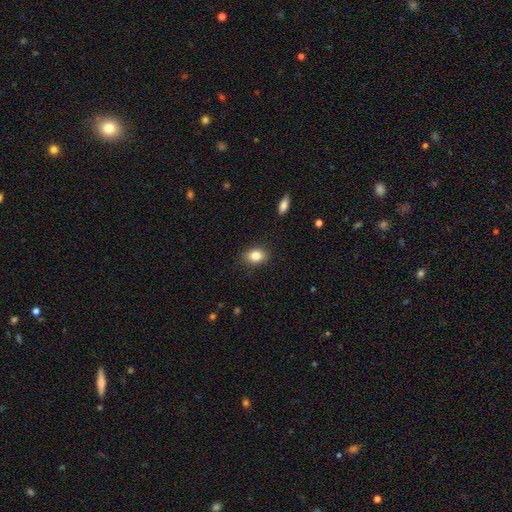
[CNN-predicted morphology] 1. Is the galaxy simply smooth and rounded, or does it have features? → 83% smooth, 9% star or artifact, 8% featured or disk.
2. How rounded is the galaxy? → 76% in between, 22% round, 2% cigar-shaped.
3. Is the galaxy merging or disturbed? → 85% none, 11% minor disturbance, 2% major disturbance, 1% merger.